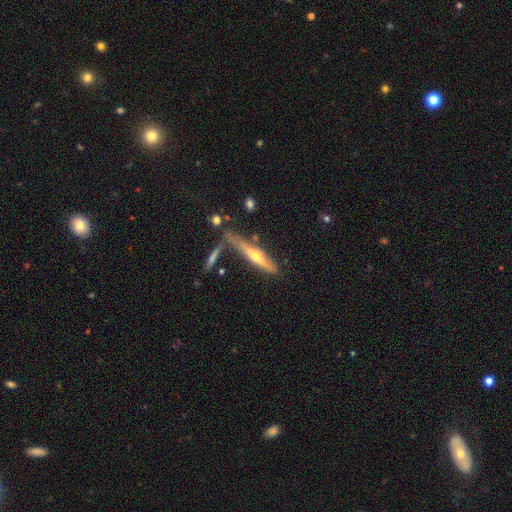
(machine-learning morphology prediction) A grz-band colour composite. It shows a featured or disk galaxy (67%) viewed edge-on (93%) with a rounded central bulge (87%). Merging: none (60%).